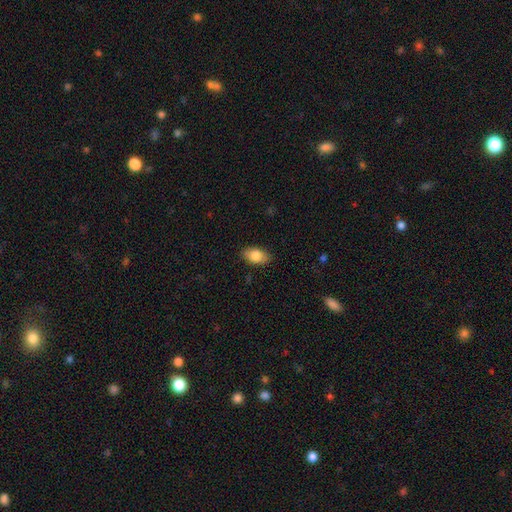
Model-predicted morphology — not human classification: smooth_or_featured: smooth (p=0.83) [alt: featured or disk p=0.10]
how_rounded: in between (p=0.91) [alt: round p=0.07]
merging: none (p=0.86) [alt: minor disturbance p=0.10]